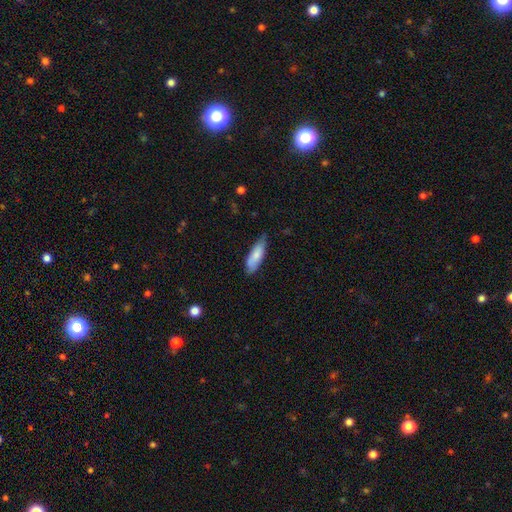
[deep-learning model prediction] Smooth or featured? smooth (79%)
How rounded? in between (56%)
Merging? none (59%)